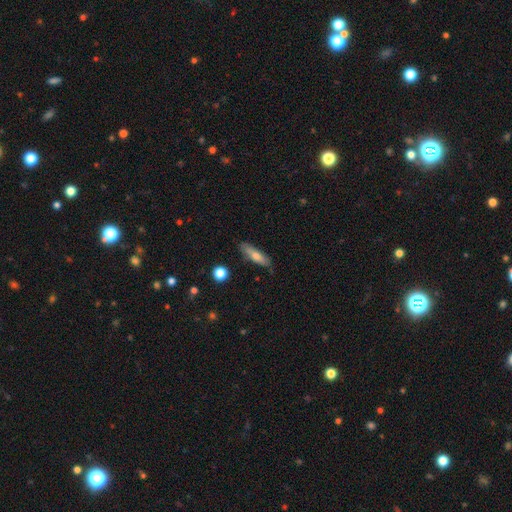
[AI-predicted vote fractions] This appears to be a smooth galaxy with no disk features (66%) that is cigar-shaped (63%). Merging: none (78%).